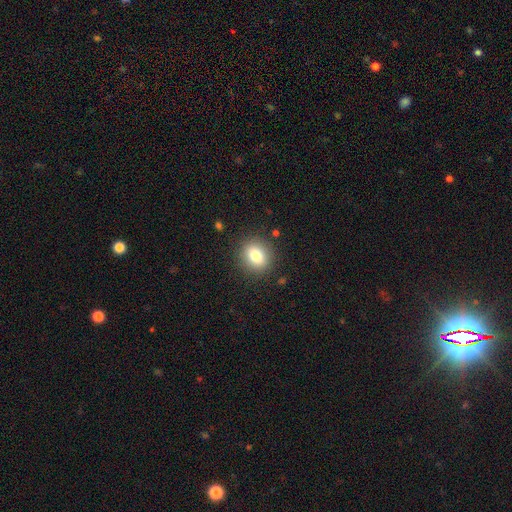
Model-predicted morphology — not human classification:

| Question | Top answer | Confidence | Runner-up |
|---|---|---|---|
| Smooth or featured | smooth | 79% | star or artifact (11%) |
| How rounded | round | 71% | in between (28%) |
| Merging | none | 87% | minor disturbance (8%) |